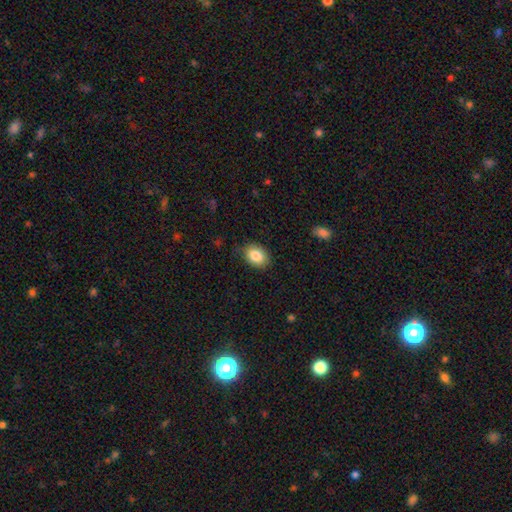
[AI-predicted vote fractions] Smooth or featured? smooth (85%)
How rounded? in between (76%)
Merging? none (82%)